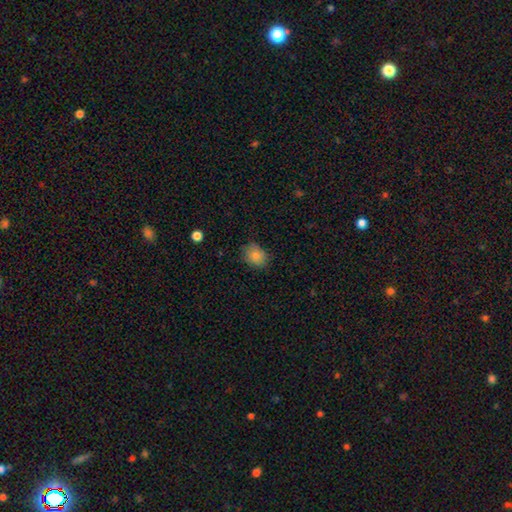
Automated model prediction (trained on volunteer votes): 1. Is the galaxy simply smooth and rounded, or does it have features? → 83% smooth, 9% star or artifact, 8% featured or disk.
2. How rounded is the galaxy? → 54% in between, 45% round, 1% cigar-shaped.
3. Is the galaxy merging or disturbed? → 77% none, 18% minor disturbance, 4% major disturbance, 1% merger.